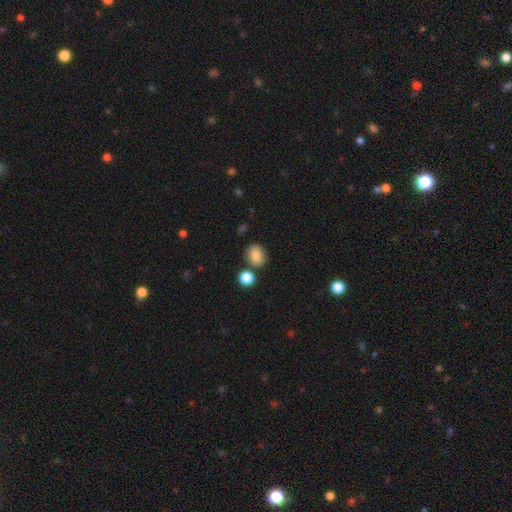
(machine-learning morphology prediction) smooth-or-featured: smooth: 84% | star or artifact: 10% | featured or disk: 6%
  how-rounded: round: 53% | in between: 46% | cigar-shaped: 1%
  merging: none: 75% | minor disturbance: 12% | merger: 9% | major disturbance: 3%